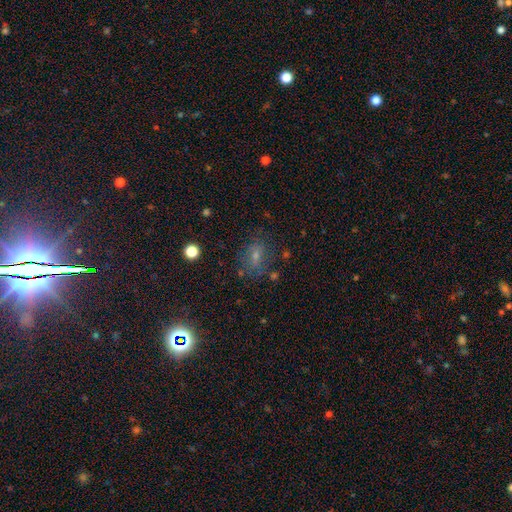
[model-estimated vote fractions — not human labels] Overall: smooth (38%; star or artifact 34%). Merging: none (70%).